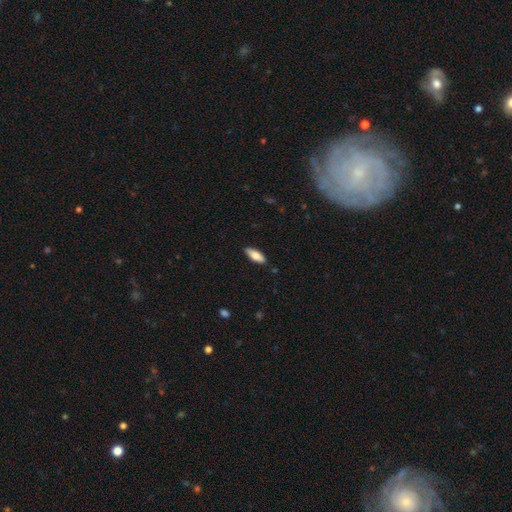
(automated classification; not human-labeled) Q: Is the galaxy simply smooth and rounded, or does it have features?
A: smooth — 78%.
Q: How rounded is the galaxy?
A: in between — 71%.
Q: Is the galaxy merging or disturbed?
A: none — 87%.